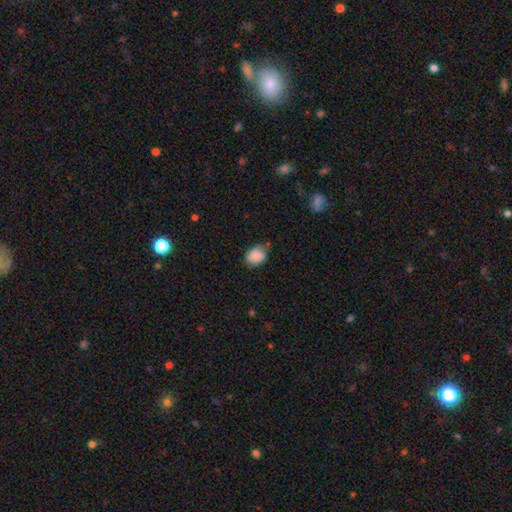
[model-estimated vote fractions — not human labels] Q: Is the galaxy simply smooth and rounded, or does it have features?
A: smooth — 87%.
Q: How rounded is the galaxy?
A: in between — 62%.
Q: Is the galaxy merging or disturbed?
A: none — 66%.